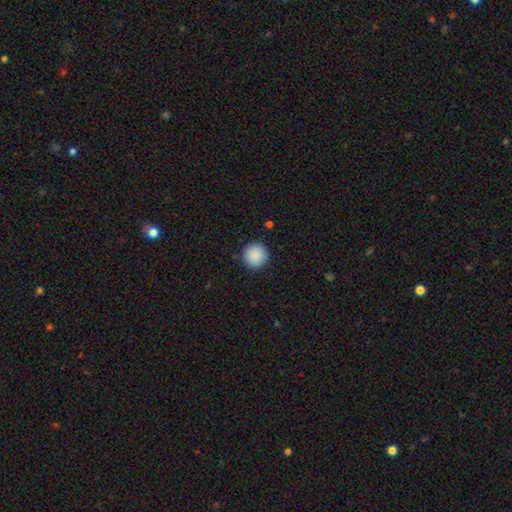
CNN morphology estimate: Smooth or featured: smooth — 90% (star or artifact — 7%)
How rounded: round — 96% (in between — 3%)
Merging: none — 92% (minor disturbance — 6%)